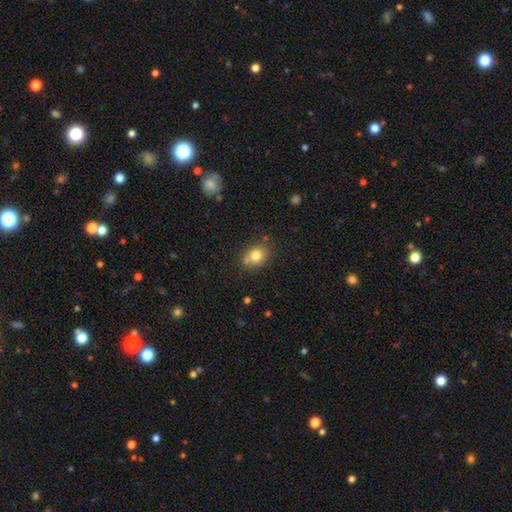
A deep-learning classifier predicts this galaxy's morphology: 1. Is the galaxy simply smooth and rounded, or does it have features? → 78% smooth, 11% star or artifact, 11% featured or disk.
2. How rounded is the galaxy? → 66% round, 33% in between, 1% cigar-shaped.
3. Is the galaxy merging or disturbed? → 68% none, 15% merger, 14% minor disturbance, 4% major disturbance.